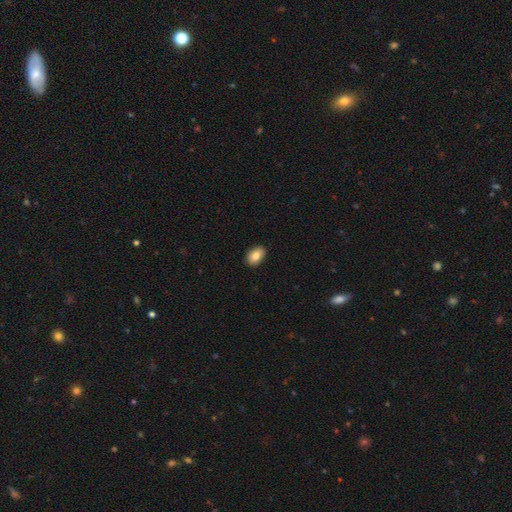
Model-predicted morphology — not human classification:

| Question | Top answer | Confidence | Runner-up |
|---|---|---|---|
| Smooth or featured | smooth | 84% | featured or disk (9%) |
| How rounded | in between | 87% | round (12%) |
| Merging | none | 90% | minor disturbance (7%) |